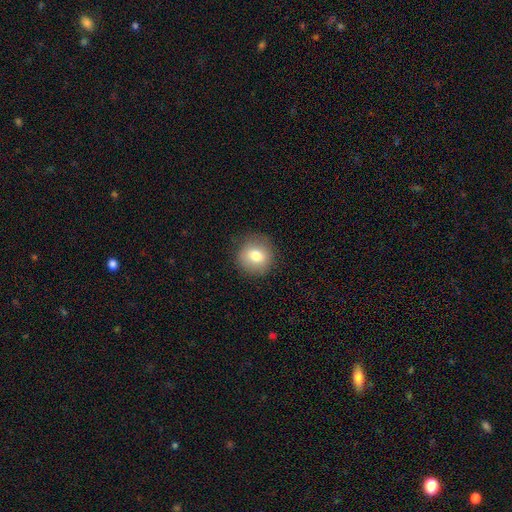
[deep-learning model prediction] Overall: smooth (76%). How rounded: round (90%). Merging: none (87%).